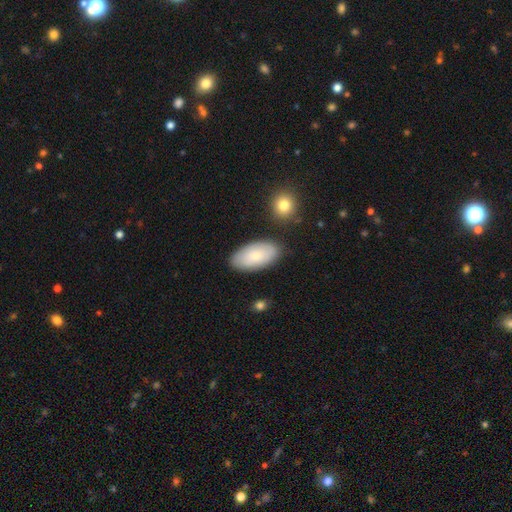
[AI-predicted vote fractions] This is likely a smooth galaxy (76%). How rounded: clearly in between (95%). Merging: clearly none (82%).